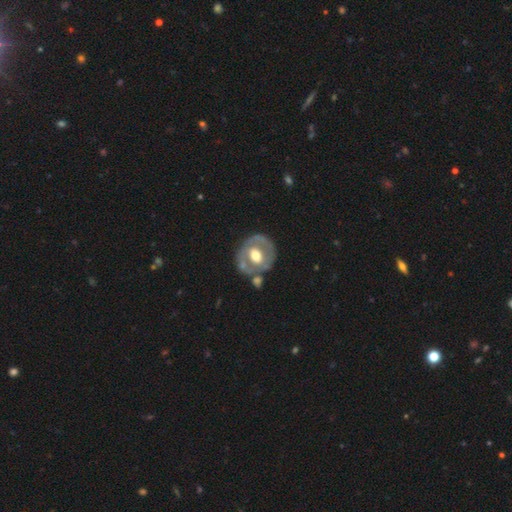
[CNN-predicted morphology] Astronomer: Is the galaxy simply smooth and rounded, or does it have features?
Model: featured or disk — 60%.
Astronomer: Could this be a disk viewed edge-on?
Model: no — 95%.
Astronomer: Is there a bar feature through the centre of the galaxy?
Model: no — 61%.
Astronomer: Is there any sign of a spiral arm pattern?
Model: no — 74%.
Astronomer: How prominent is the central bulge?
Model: moderate — 62%.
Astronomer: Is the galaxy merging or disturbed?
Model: none — 64%.